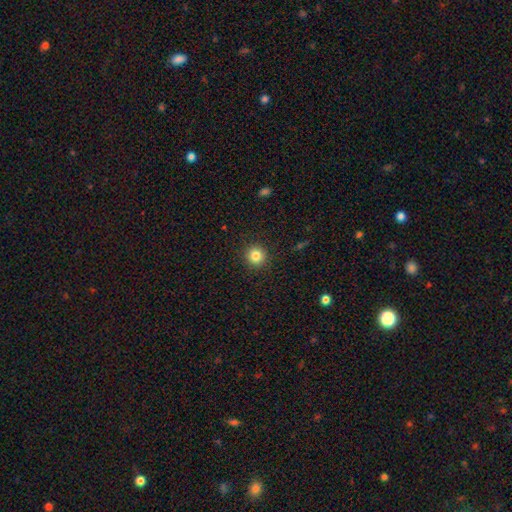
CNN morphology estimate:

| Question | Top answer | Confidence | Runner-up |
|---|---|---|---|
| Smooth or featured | smooth | 83% | star or artifact (11%) |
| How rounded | round | 94% | in between (5%) |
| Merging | none | 92% | minor disturbance (5%) |